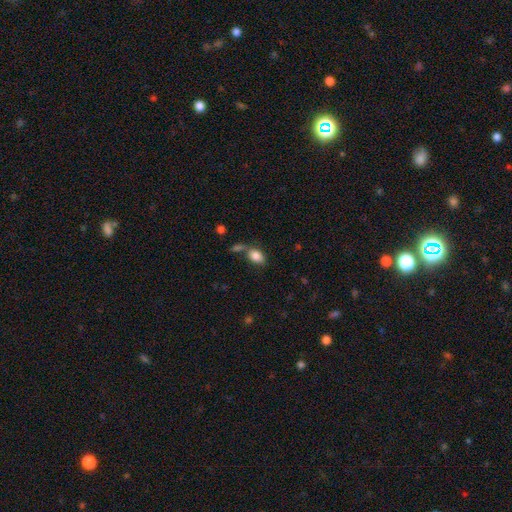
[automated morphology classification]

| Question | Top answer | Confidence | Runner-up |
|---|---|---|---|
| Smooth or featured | smooth | 84% | star or artifact (8%) |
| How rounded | in between | 88% | round (10%) |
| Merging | none | 53% | merger (27%) |